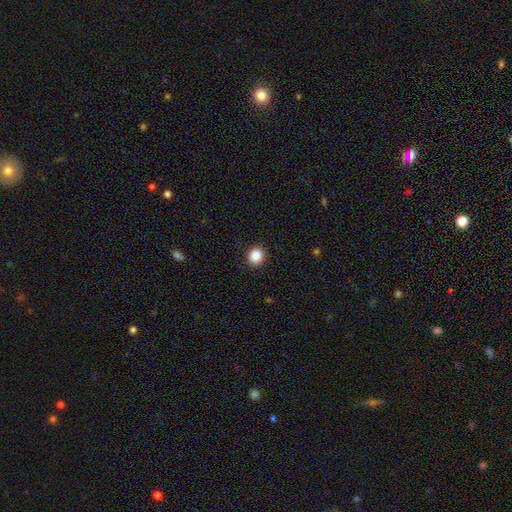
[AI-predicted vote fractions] Morphology: type=smooth (88%); roundness=round (85%); merging=none (92%).